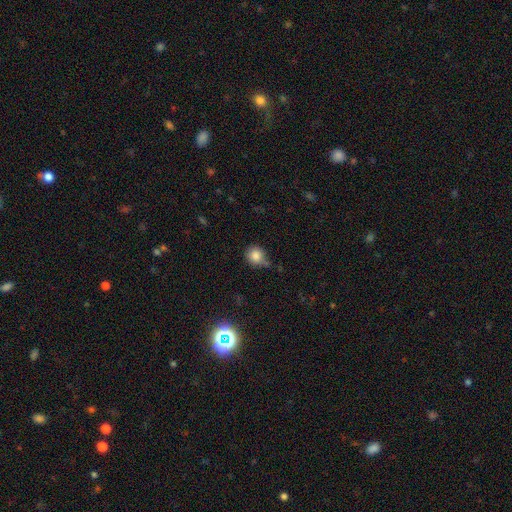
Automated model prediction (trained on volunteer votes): Q: Smooth or featured?
A: smooth (83%); runner-up: star or artifact (11%)
Q: How rounded?
A: round (87%); runner-up: in between (12%)
Q: Merging?
A: none (62%); runner-up: minor disturbance (25%)